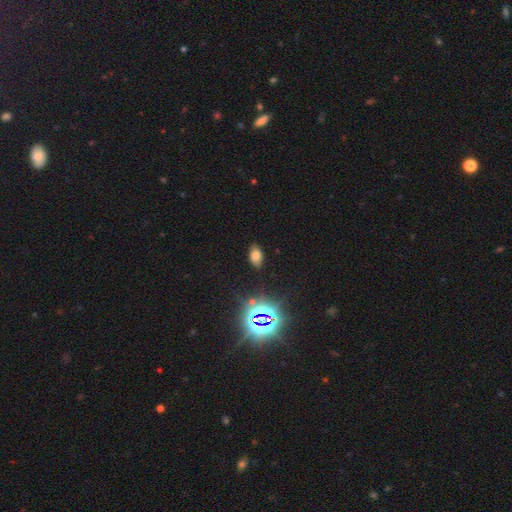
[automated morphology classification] smooth_or_featured: smooth (p=0.65) [alt: star or artifact p=0.25]
how_rounded: in between (p=0.91) [alt: round p=0.07]
merging: none (p=0.82) [alt: minor disturbance p=0.13]